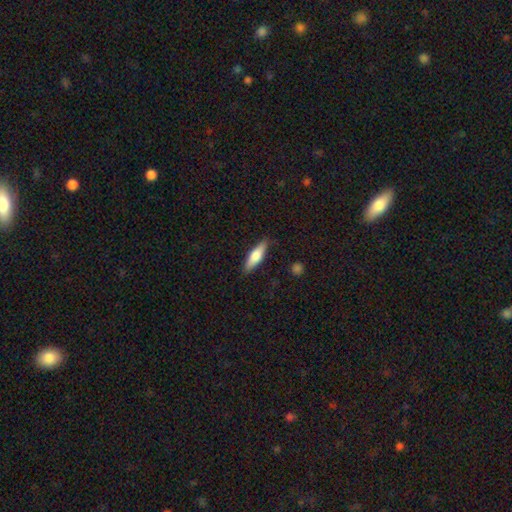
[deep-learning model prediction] A smooth galaxy with no disk features (65%) that is cigar-shaped (57%).

Vote fractions:
- Smooth or featured? smooth: 65% / featured or disk: 29% / star or artifact: 6%
- How rounded? cigar-shaped: 57% / in between: 41% / round: 2%
- Merging? none: 85% / minor disturbance: 12% / major disturbance: 2% / merger: 1%